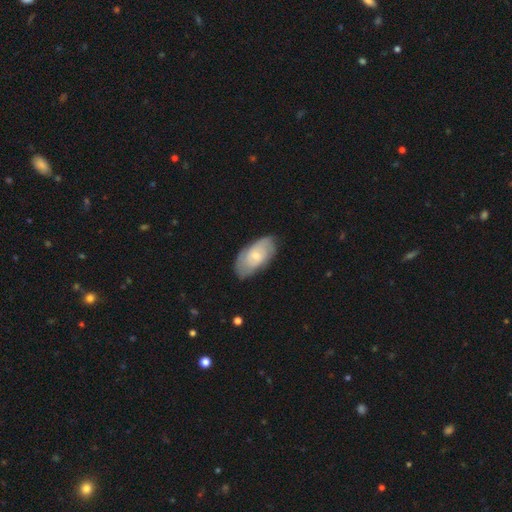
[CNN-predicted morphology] smooth_or_featured: featured or disk (p=0.48) [alt: smooth p=0.46]
merging: none (p=0.72) [alt: minor disturbance p=0.22]